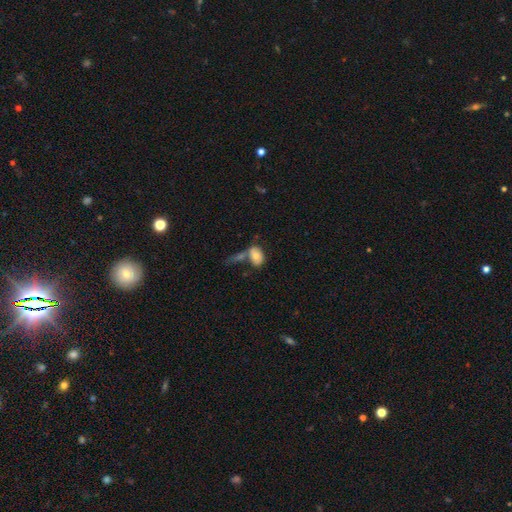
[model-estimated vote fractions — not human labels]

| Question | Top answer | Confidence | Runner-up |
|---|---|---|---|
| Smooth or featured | smooth | 72% | featured or disk (20%) |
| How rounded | in between | 80% | round (19%) |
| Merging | none | 37% | merger (36%) |